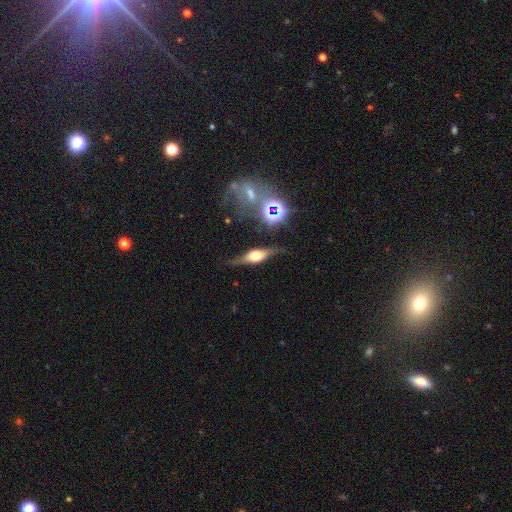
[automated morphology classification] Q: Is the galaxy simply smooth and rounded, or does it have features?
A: featured or disk — 67%.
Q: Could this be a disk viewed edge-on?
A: yes — 86%.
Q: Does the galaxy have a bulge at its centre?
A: rounded — 87%.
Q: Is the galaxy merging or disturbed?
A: none — 70%.